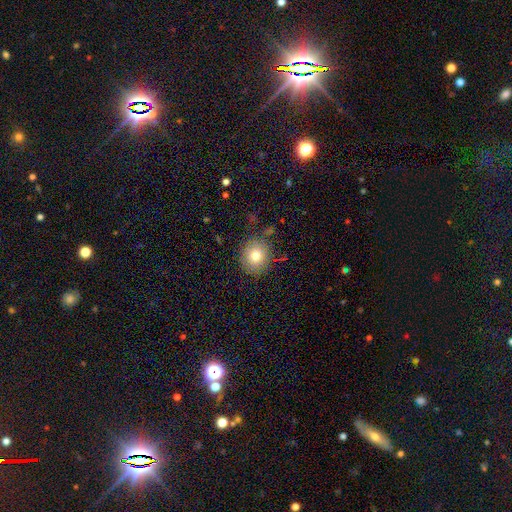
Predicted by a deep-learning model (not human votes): The model was most divided on "how rounded": round: 81%, in between: 18%, cigar-shaped: 1%. More confident: merging — none (84%); smooth or featured — smooth (79%).